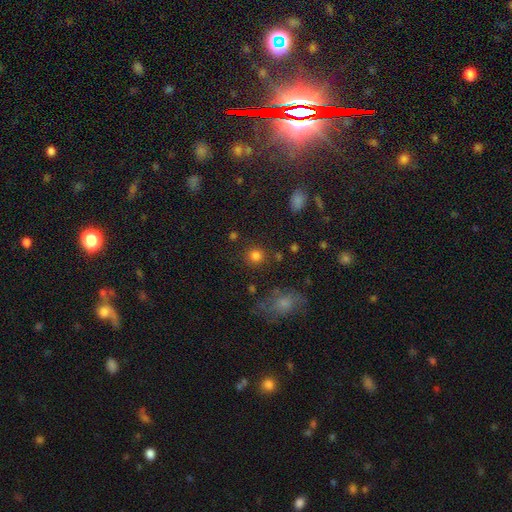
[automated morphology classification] Smooth or featured?
  - smooth: 81% *
  - star or artifact: 14%
  - featured or disk: 5%
How rounded?
  - round: 91% *
  - in between: 8%
  - cigar-shaped: 1%
Merging?
  - none: 85% *
  - minor disturbance: 7%
  - merger: 4%
  - major disturbance: 3%